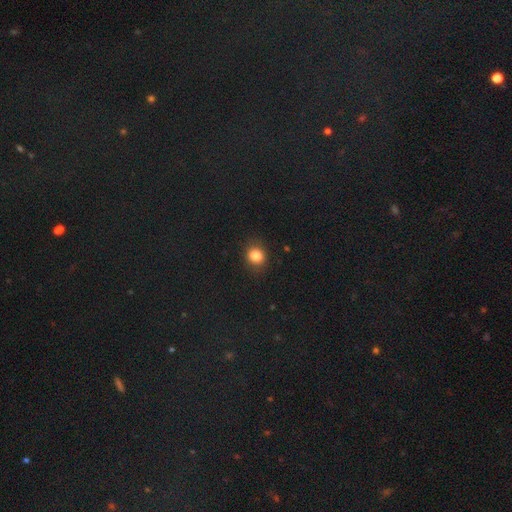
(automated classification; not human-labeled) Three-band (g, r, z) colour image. It shows a smooth galaxy with no disk features (83%) that is round (69%). Merging: none (85%).